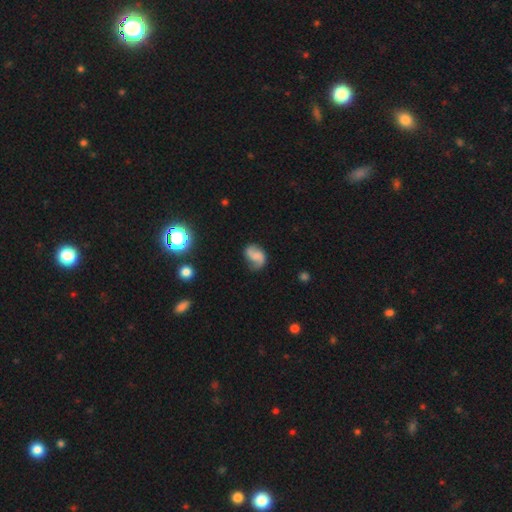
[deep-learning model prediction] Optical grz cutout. It shows a featured or disk galaxy (63%) with no bar (54%), 2 (83%) loose (56%) spiral arms (92%) and no central bulge (57%). Merging: none (61%).